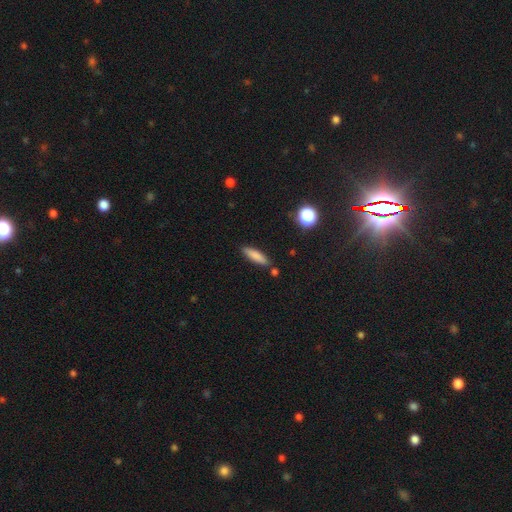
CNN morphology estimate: Smooth or featured? smooth (81%)
How rounded? cigar-shaped (69%)
Merging? none (83%)